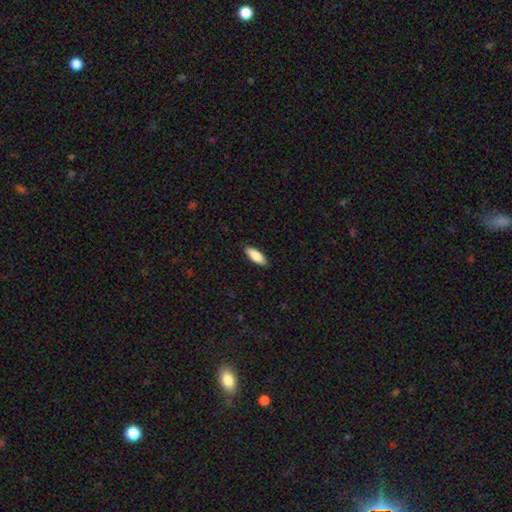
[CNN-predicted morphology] Smooth or featured?
  - smooth: 86% *
  - featured or disk: 9%
  - star or artifact: 6%
How rounded?
  - in between: 70% *
  - cigar-shaped: 28%
  - round: 2%
Merging?
  - none: 89% *
  - minor disturbance: 8%
  - major disturbance: 2%
  - merger: 1%